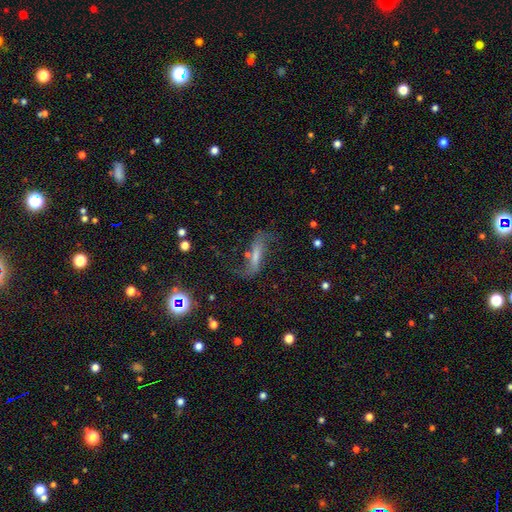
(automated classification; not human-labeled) A featured or disk galaxy (65%) with a strong bar (41%), spiral arms (87%) and a small central bulge (36%).

Vote fractions:
- Smooth or featured? featured or disk: 65% / smooth: 20% / star or artifact: 15%
- Edge-on disk? no: 81% / yes: 19%
- Bar? strong: 41% / weak: 35% / no: 24%
- Spiral arms? yes: 87% / no: 13%
- Bulge size? small: 36% / moderate: 28% / none: 28% / large: 6% / dominant: 2%
- Merging? none: 54% / major disturbance: 21% / minor disturbance: 19% / merger: 6%